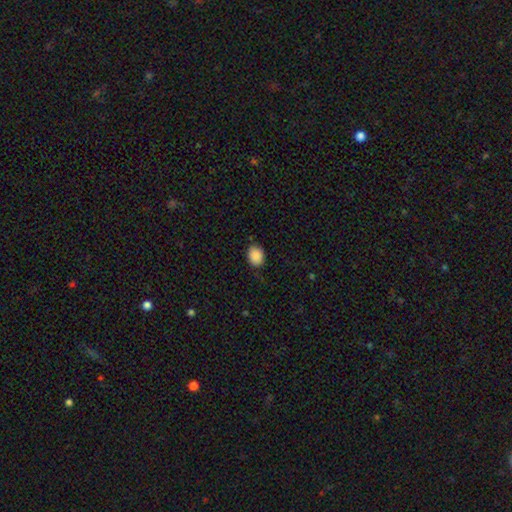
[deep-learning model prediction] The model was most divided on "how rounded": round: 52%, in between: 47%, cigar-shaped: 1%. More confident: smooth or featured — smooth (89%); merging — none (81%).